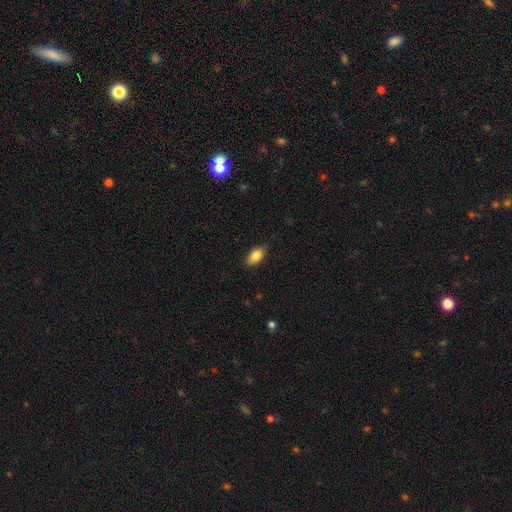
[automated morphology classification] smooth 84%, featured or disk 9%, star or artifact 7%. Down the decision tree: how rounded — in between (90%); merging — none (83%).